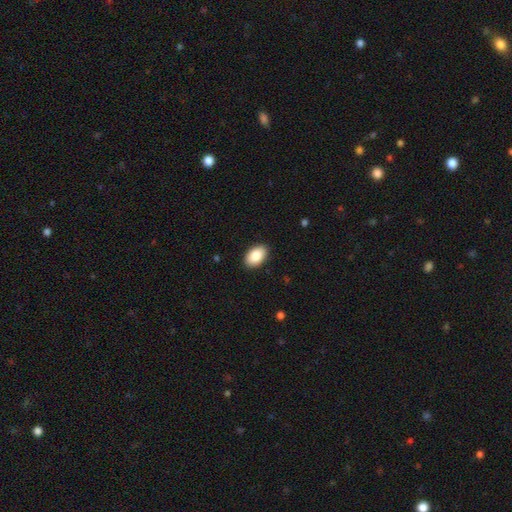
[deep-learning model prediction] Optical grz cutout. It shows a smooth galaxy with no disk features (88%) that is in between round and cigar-shaped (92%). Merging: none (90%).